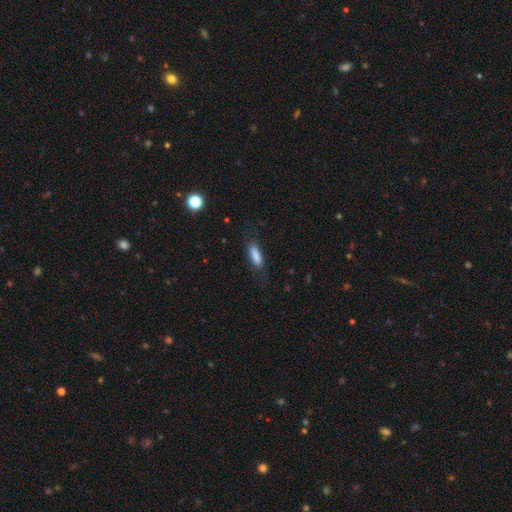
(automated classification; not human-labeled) smooth_or_featured: smooth (p=0.82) [alt: featured or disk p=0.11]
how_rounded: cigar-shaped (p=0.51) [alt: in between p=0.47]
merging: none (p=0.73) [alt: minor disturbance p=0.18]